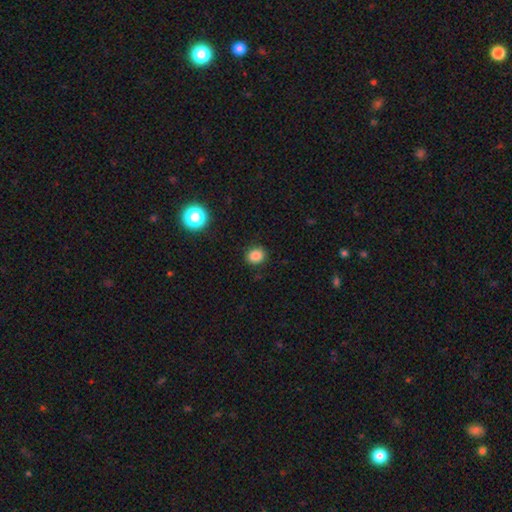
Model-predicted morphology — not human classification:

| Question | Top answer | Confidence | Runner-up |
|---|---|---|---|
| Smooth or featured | smooth | 84% | star or artifact (12%) |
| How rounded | round | 75% | in between (24%) |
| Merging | none | 89% | minor disturbance (7%) |